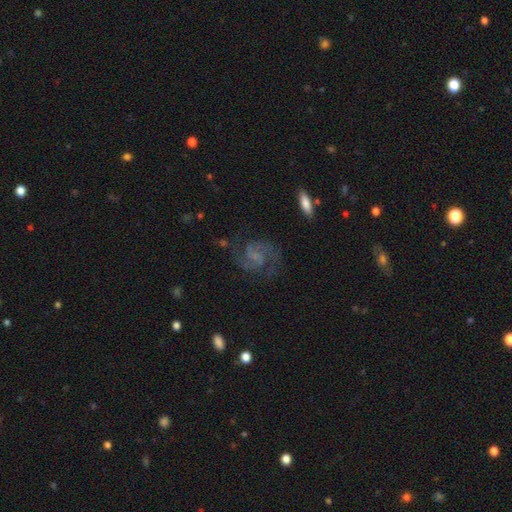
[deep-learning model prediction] smooth-or-featured: featured or disk: 83% | smooth: 9% | star or artifact: 8%
  disk-edge-on: no: 98% | yes: 2%
    bar: weak: 48% | no: 38% | strong: 14%
    has-spiral-arms: yes: 96% | no: 4%
      spiral-winding: medium: 57% | tight: 22% | loose: 21%
      spiral-arm-count: 2: 89% | can't tell: 4% | 3: 2% | 1: 2% | 4: 1% | more than 4: 1%
    bulge-size: none: 45% | small: 36% | moderate: 14% | large: 3% | dominant: 1%
  merging: none: 73% | minor disturbance: 15% | major disturbance: 10% | merger: 2%